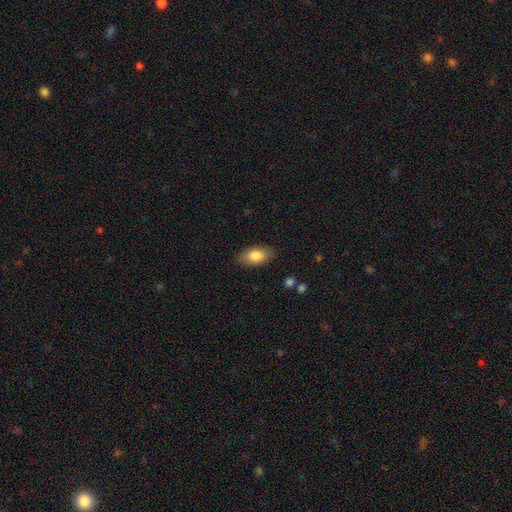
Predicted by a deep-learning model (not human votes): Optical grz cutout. It shows a smooth galaxy with no disk features (82%) that is in between round and cigar-shaped (92%). Merging: none (86%).